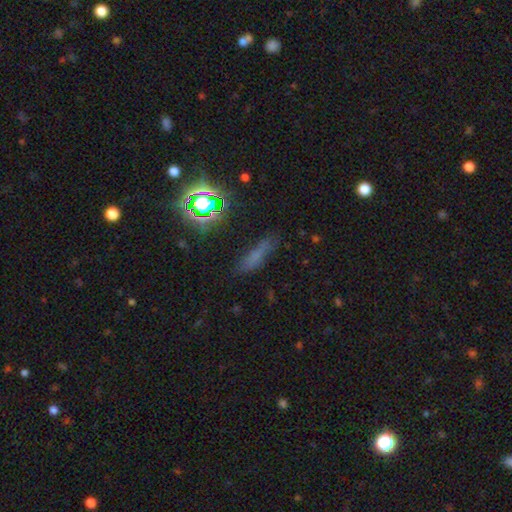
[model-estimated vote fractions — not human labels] Smooth or featured: smooth — 57% (star or artifact — 27%)
How rounded: cigar-shaped — 73% (in between — 22%)
Merging: none — 72% (minor disturbance — 18%)